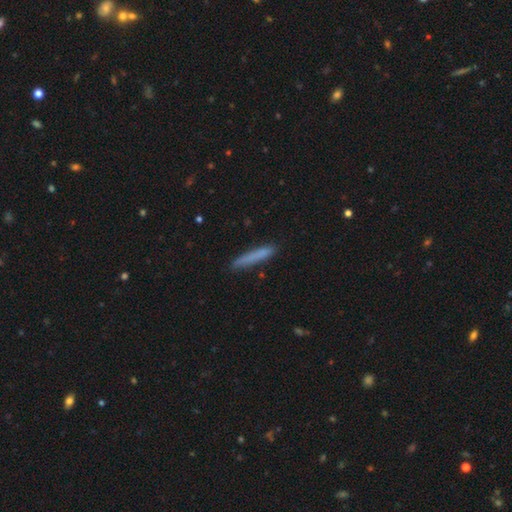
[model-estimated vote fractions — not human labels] Overall: smooth (77%). How rounded: cigar-shaped (95%). Merging: none (86%).